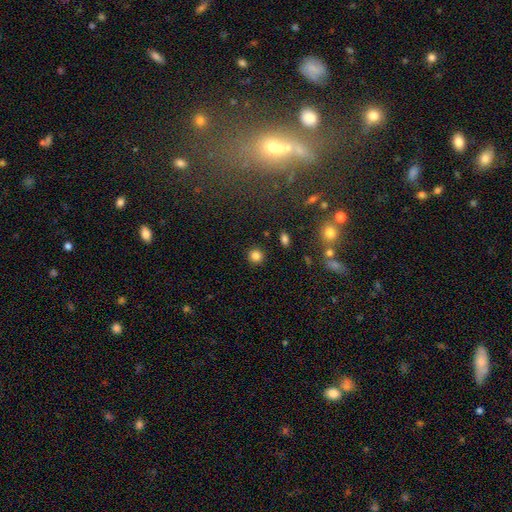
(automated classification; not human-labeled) The model was most divided on "smooth or featured": smooth: 84%, star or artifact: 12%, featured or disk: 5%. More confident: how rounded — round (91%); merging — none (90%).